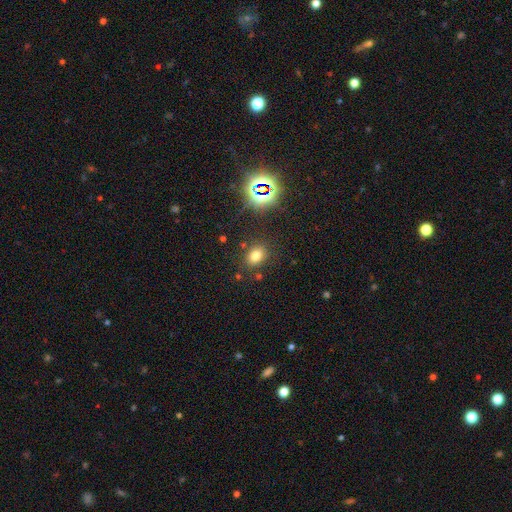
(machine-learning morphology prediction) smooth 72%, star or artifact 19%, featured or disk 8%. Down the decision tree: how rounded — in between (59%); merging — none (82%).